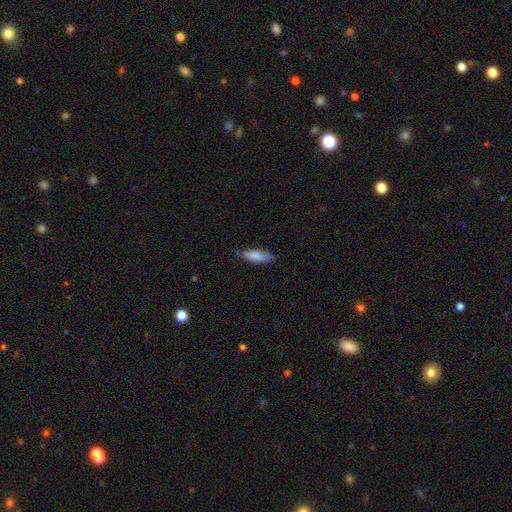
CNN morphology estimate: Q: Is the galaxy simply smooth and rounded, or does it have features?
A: smooth — 80%.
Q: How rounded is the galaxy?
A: in between — 65%.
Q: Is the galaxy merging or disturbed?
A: none — 73%.